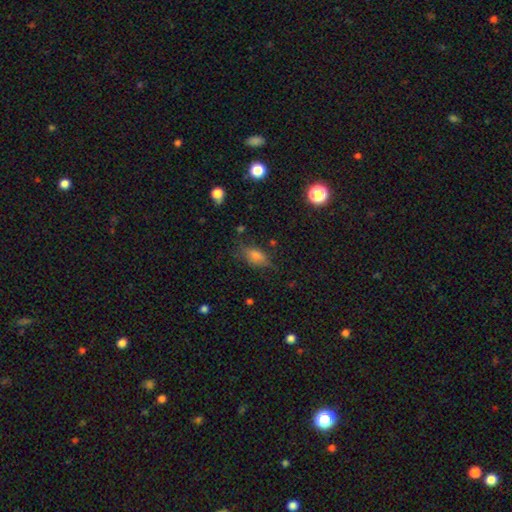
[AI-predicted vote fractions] smooth-or-featured: smooth: 70% | star or artifact: 17% | featured or disk: 13%
  how-rounded: in between: 81% | round: 11% | cigar-shaped: 8%
  merging: none: 67% | minor disturbance: 23% | major disturbance: 8% | merger: 2%